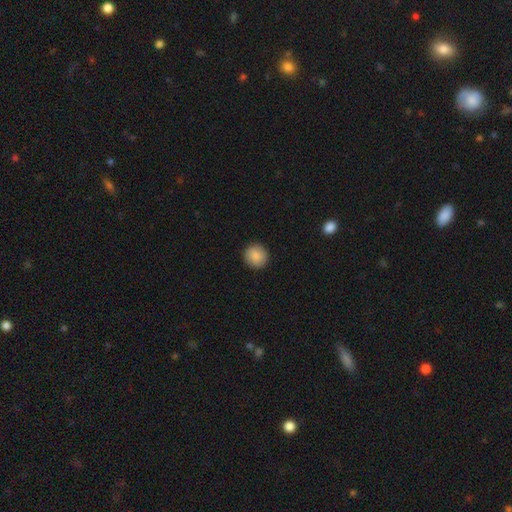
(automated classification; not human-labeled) Q: Smooth or featured?
A: smooth (89%); runner-up: star or artifact (8%)
Q: How rounded?
A: round (91%); runner-up: in between (8%)
Q: Merging?
A: none (92%); runner-up: minor disturbance (6%)